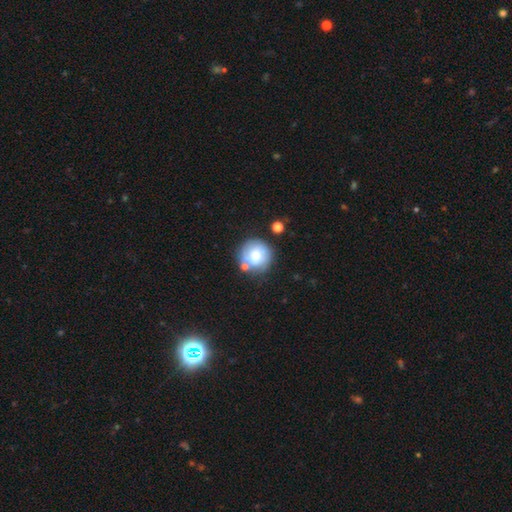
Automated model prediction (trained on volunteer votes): This is likely a smooth galaxy (62%). How rounded: clearly round (93%). Merging: likely none (70%).